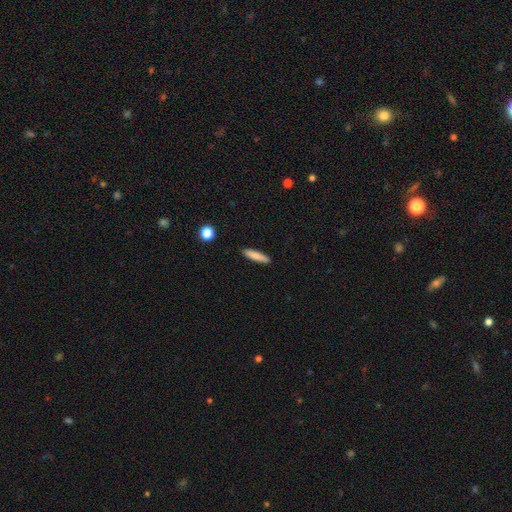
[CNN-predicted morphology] Smooth or featured? Predicted: smooth (p=0.82). How rounded? Predicted: cigar-shaped (p=0.82). Merging? Predicted: none (p=0.90).